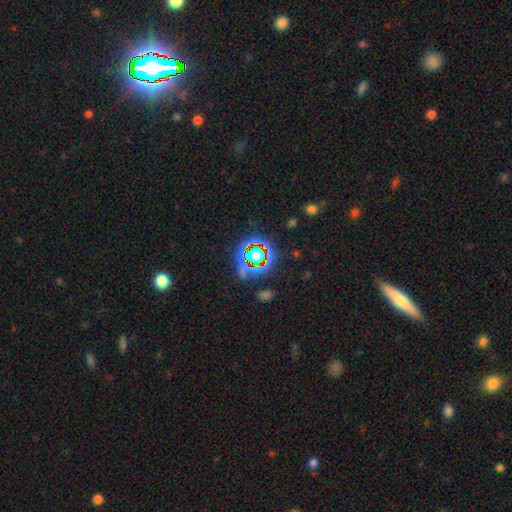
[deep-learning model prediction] Smooth or featured? Predicted: star or artifact (p=0.65).